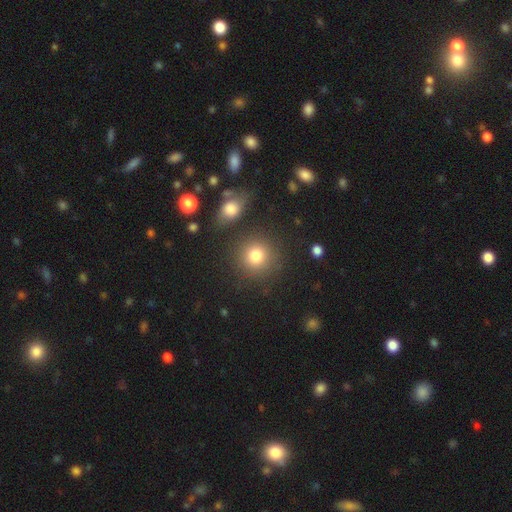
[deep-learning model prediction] smooth 80%, star or artifact 12%, featured or disk 8%. Down the decision tree: how rounded — round (89%); merging — none (82%).